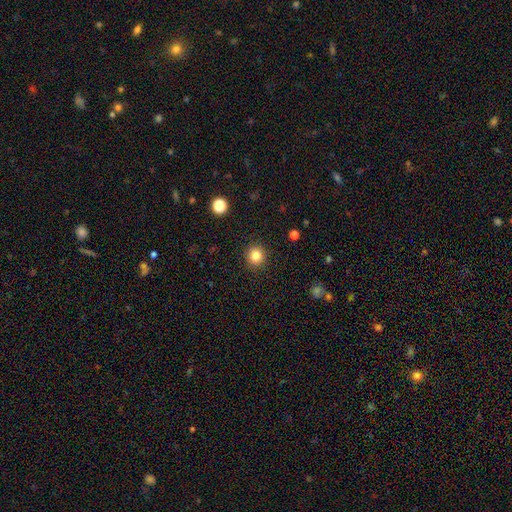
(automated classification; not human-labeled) smooth_or_featured: smooth (p=0.83) [alt: star or artifact p=0.12]
how_rounded: round (p=0.93) [alt: in between p=0.07]
merging: none (p=0.92) [alt: minor disturbance p=0.05]